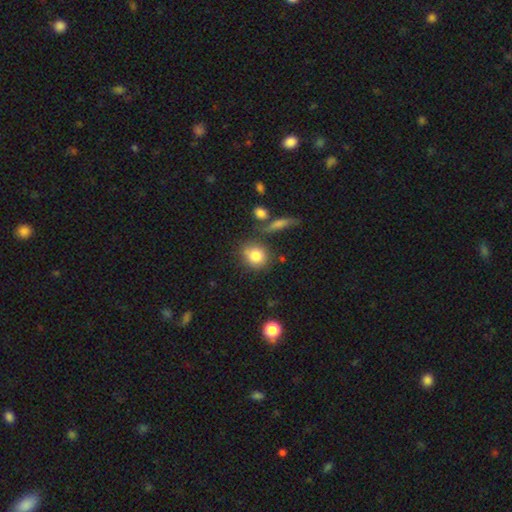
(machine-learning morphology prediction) Smooth or featured? smooth (82%)
How rounded? round (74%)
Merging? none (68%)